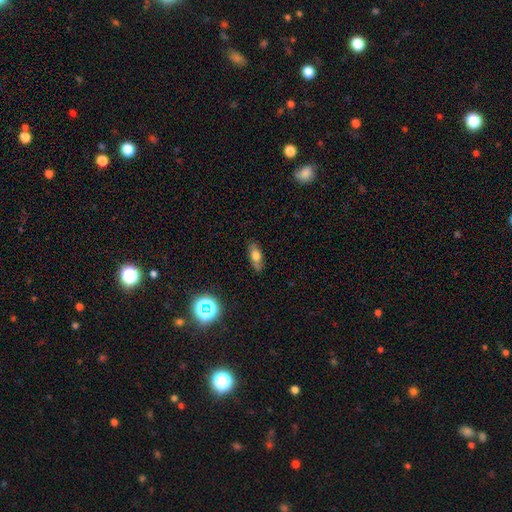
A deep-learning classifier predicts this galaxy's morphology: A smooth galaxy with no disk features (66%) that is in between round and cigar-shaped (73%). Merging: none (81%).